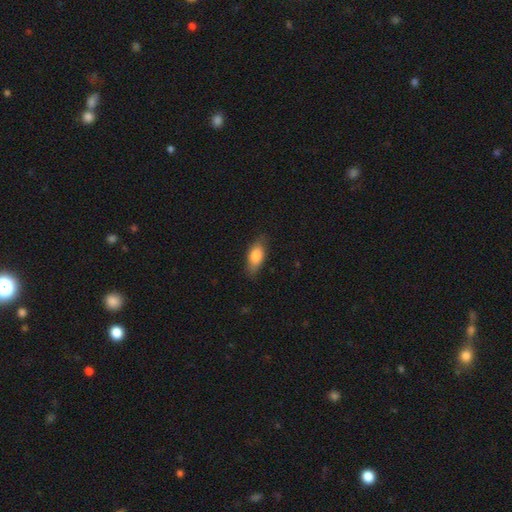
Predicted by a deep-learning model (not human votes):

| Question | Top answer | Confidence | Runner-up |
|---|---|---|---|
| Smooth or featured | smooth | 80% | featured or disk (13%) |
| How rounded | in between | 85% | cigar-shaped (11%) |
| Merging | none | 80% | minor disturbance (16%) |